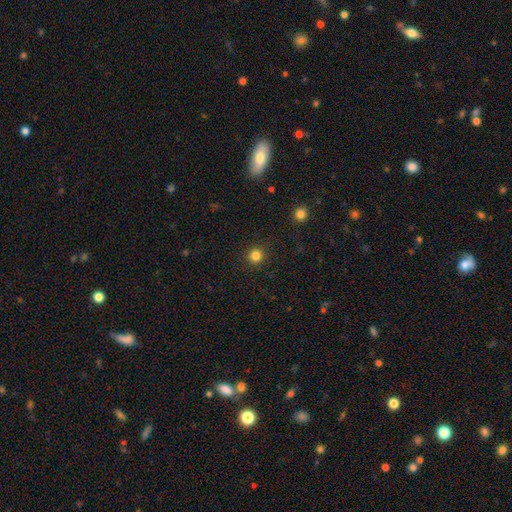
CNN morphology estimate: Smooth or featured? smooth (82%)
How rounded? round (94%)
Merging? none (91%)